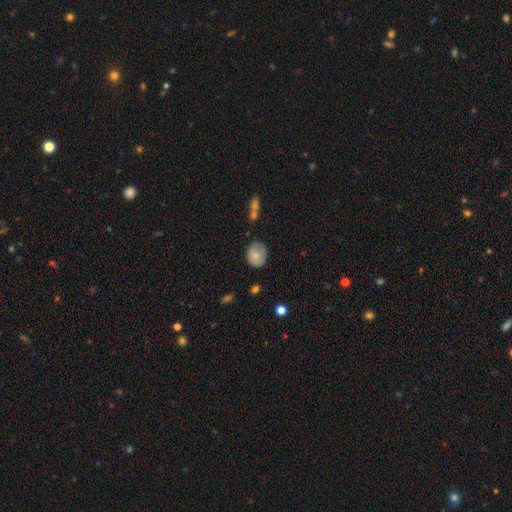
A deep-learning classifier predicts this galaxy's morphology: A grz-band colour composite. It shows a smooth galaxy with no disk features (76%) that is round (62%). Merging: none (71%).